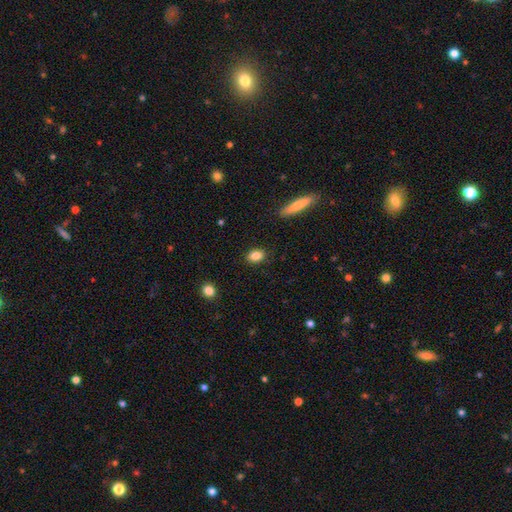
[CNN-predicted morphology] type=smooth (86%); roundness=in between (76%); merging=none (87%).